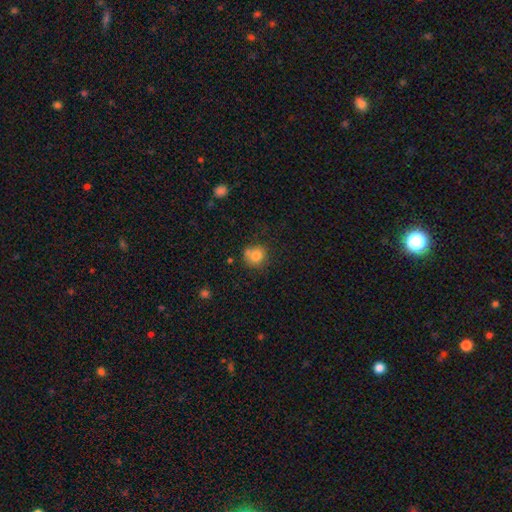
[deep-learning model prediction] Smooth or featured? Predicted: smooth (p=0.79). How rounded? Predicted: round (p=0.84). Merging? Predicted: none (p=0.58).